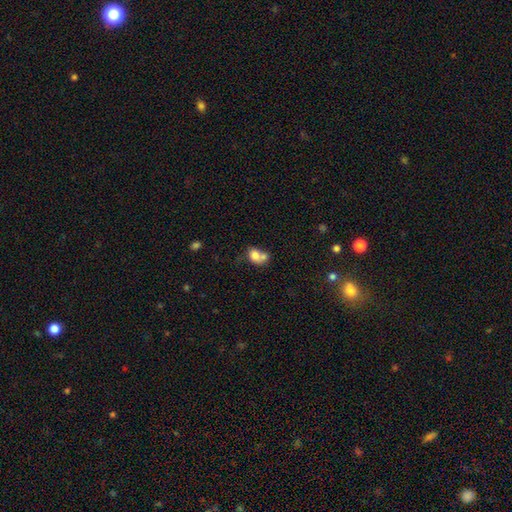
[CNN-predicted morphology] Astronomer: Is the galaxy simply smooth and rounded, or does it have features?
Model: smooth — 74%.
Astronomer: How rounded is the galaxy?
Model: in between — 59% (runner-up: round, 40%).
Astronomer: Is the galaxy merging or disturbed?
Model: merger — 60%.